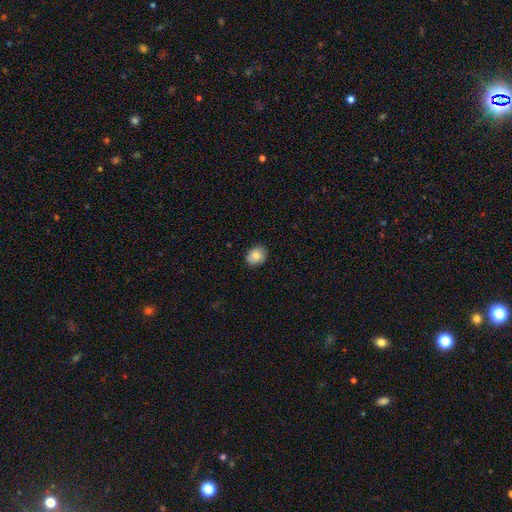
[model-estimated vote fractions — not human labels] Morphology: type=smooth (83%); roundness=in between (50%); merging=none (84%).